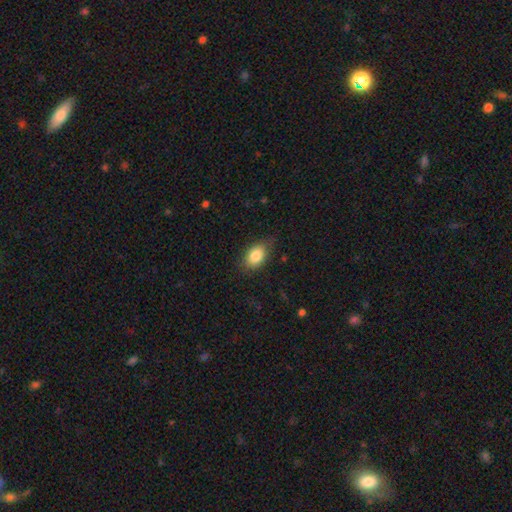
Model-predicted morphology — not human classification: A smooth galaxy with no disk features (84%) that is in between round and cigar-shaped (87%). Merging: none (75%).